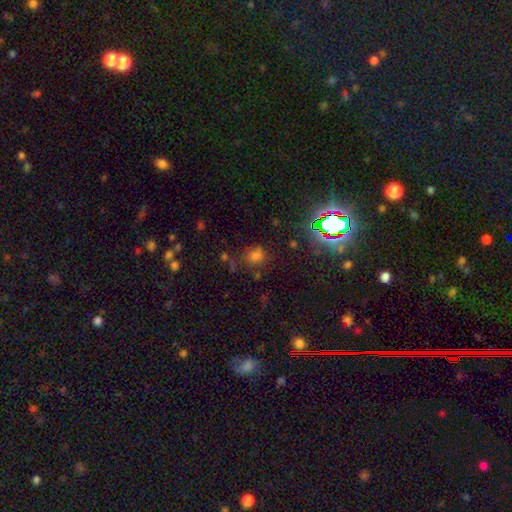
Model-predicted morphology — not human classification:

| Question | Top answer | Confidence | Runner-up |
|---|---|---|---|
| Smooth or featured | smooth | 54% | star or artifact (37%) |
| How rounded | round | 66% | in between (32%) |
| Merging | none | 69% | minor disturbance (17%) |